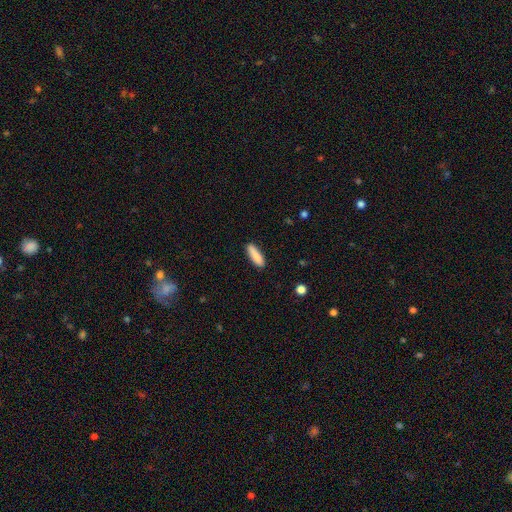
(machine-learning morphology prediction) Overall: smooth (88%). How rounded: cigar-shaped (57%; in between 42%). Merging: none (87%).